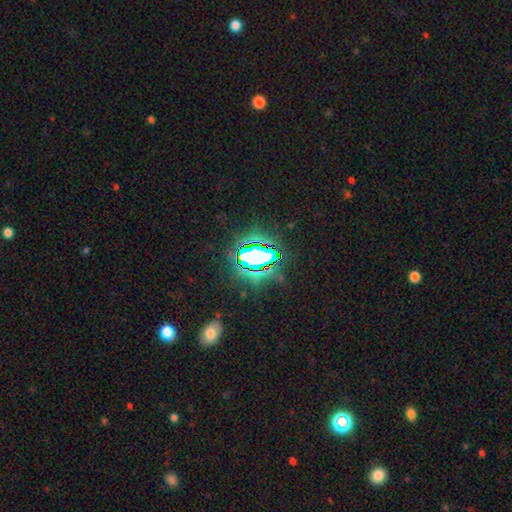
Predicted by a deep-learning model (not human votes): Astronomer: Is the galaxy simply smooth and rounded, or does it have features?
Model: star or artifact — 71%.